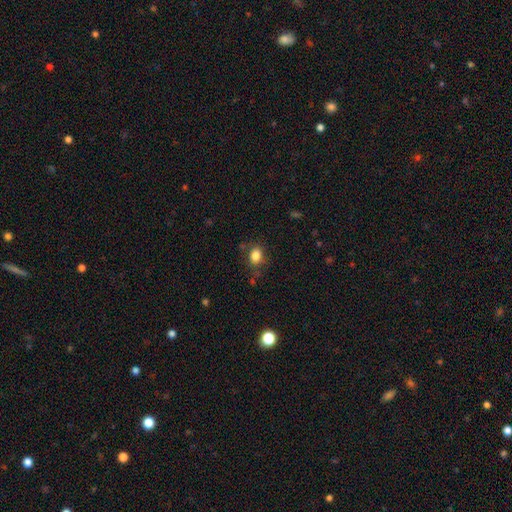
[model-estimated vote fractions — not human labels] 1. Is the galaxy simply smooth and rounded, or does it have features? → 84% smooth, 10% star or artifact, 6% featured or disk.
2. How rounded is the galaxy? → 61% in between, 38% round, 1% cigar-shaped.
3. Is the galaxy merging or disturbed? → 77% none, 15% minor disturbance, 5% major disturbance, 3% merger.